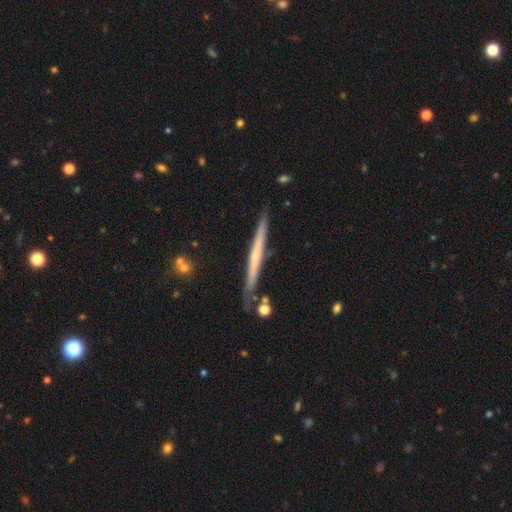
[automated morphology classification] This appears to be a featured or disk galaxy (58%) viewed edge-on (97%) with no central bulge (75%). Merging: none (84%).